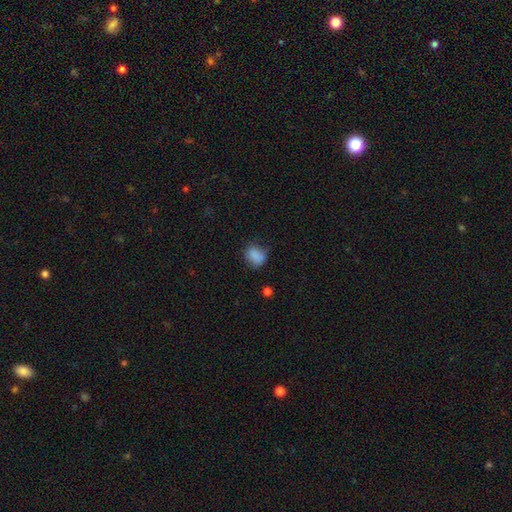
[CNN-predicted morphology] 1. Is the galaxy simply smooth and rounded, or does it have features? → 82% smooth, 11% star or artifact, 7% featured or disk.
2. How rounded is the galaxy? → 57% in between, 41% round, 1% cigar-shaped.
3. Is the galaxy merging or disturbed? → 59% none, 28% minor disturbance, 9% major disturbance, 3% merger.